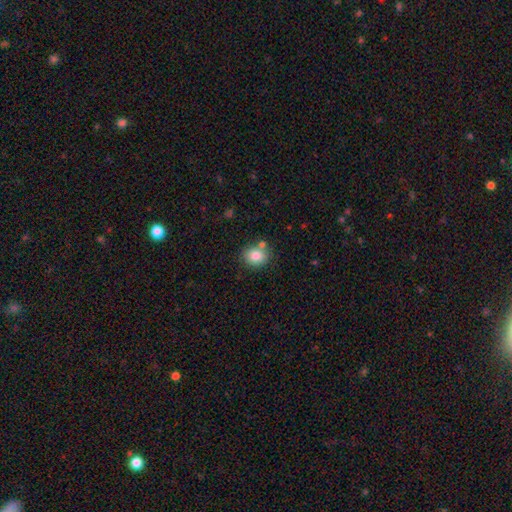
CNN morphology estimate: smooth_or_featured: smooth (p=0.84) [alt: star or artifact p=0.09]
how_rounded: round (p=0.62) [alt: in between p=0.37]
merging: none (p=0.71) [alt: merger p=0.13]